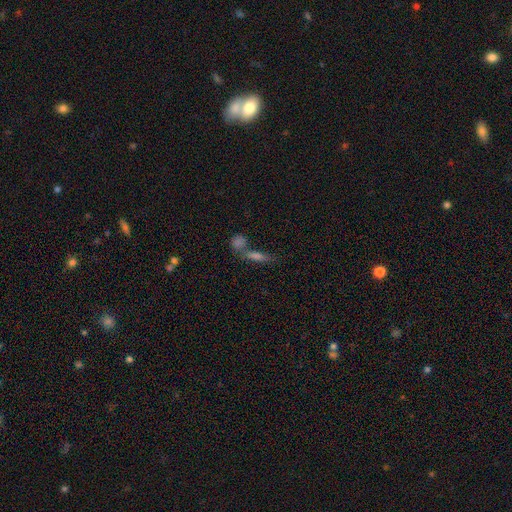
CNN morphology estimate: The model was most divided on "merging": none: 47%, merger: 38%, minor disturbance: 10%, major disturbance: 5%. More confident: how rounded — cigar-shaped (62%); smooth or featured — smooth (61%).